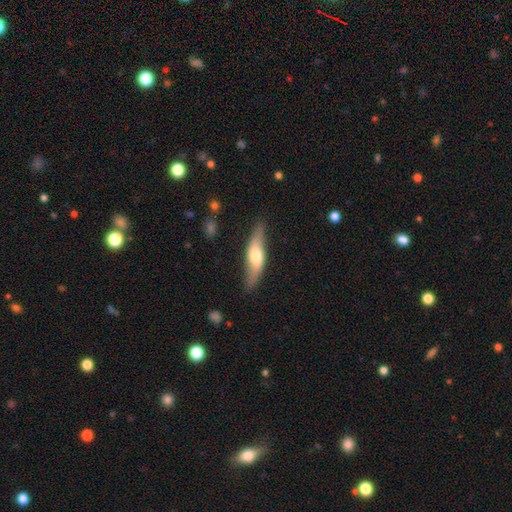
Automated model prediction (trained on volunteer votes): smooth-or-featured: featured or disk: 51% | smooth: 43% | star or artifact: 5%
  disk-edge-on: yes: 61% | no: 39%
  merging: none: 79% | minor disturbance: 16% | major disturbance: 3% | merger: 2%